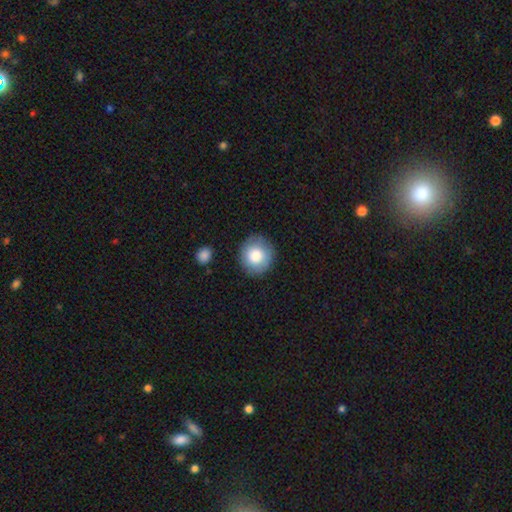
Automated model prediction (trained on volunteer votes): A smooth galaxy with no disk features (82%) that is round (90%).

Vote fractions:
- Smooth or featured? smooth: 82% / featured or disk: 11% / star or artifact: 8%
- How rounded? round: 90% / in between: 9% / cigar-shaped: 1%
- Merging? none: 87% / minor disturbance: 9% / major disturbance: 2% / merger: 2%